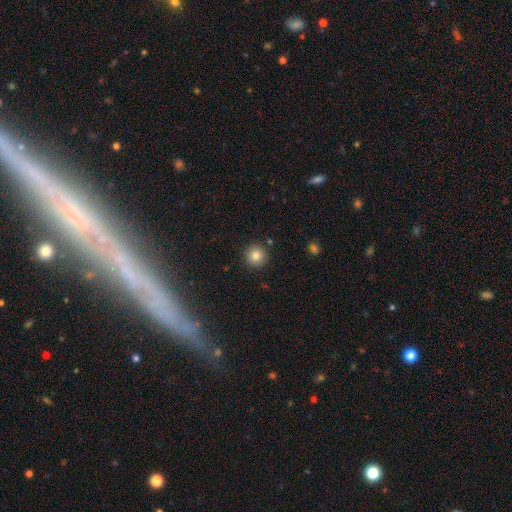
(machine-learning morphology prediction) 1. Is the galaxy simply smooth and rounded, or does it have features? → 83% smooth, 11% star or artifact, 7% featured or disk.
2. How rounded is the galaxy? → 95% round, 4% in between, 1% cigar-shaped.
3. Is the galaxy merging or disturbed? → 90% none, 6% minor disturbance, 2% merger, 2% major disturbance.